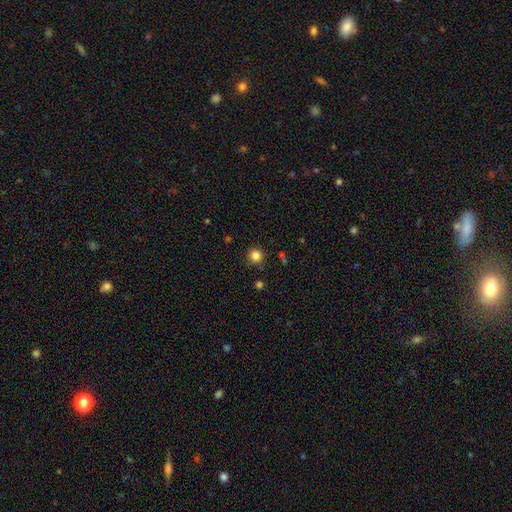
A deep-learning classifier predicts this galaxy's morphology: type=smooth (84%); roundness=round (95%); merging=none (87%).